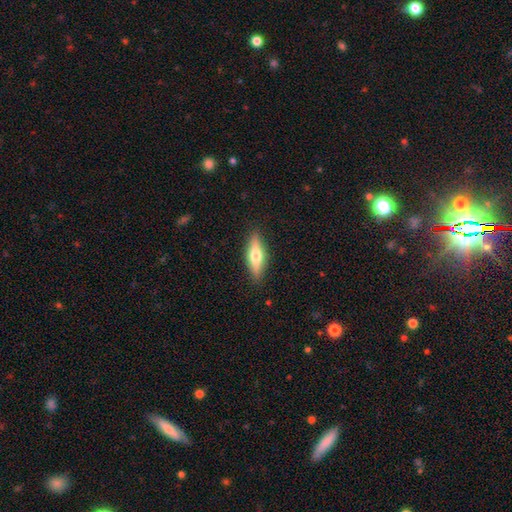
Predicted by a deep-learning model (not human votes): smooth-or-featured: featured or disk: 47% (tied) | smooth: 47% (tied) | star or artifact: 6%
  merging: none: 88% | minor disturbance: 9% | major disturbance: 2% | merger: 1%